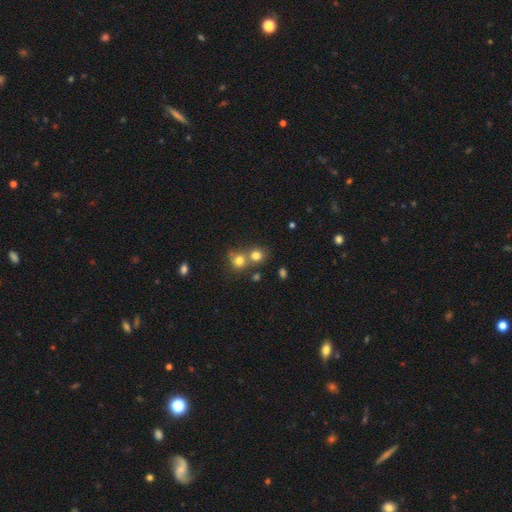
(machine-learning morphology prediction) A smooth galaxy with no disk features (76%) that is round (83%).

Vote fractions:
- Smooth or featured? smooth: 76% / star or artifact: 15% / featured or disk: 9%
- How rounded? round: 83% / in between: 16% / cigar-shaped: 1%
- Merging? none: 48% / merger: 43% / minor disturbance: 7% / major disturbance: 3%